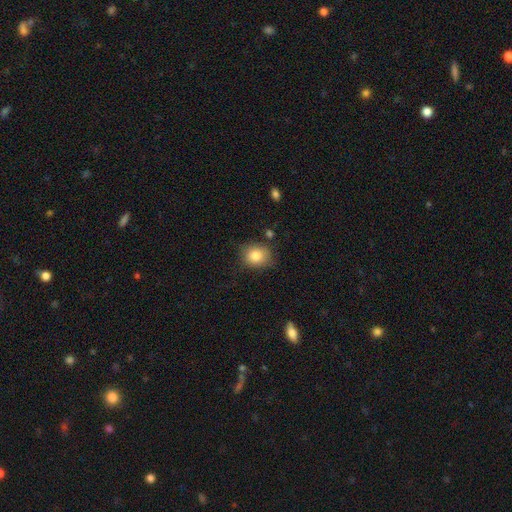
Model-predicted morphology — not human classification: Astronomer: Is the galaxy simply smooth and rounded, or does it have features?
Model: smooth — 83%.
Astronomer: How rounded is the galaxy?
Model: round — 69%.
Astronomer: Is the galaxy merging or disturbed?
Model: none — 77%.